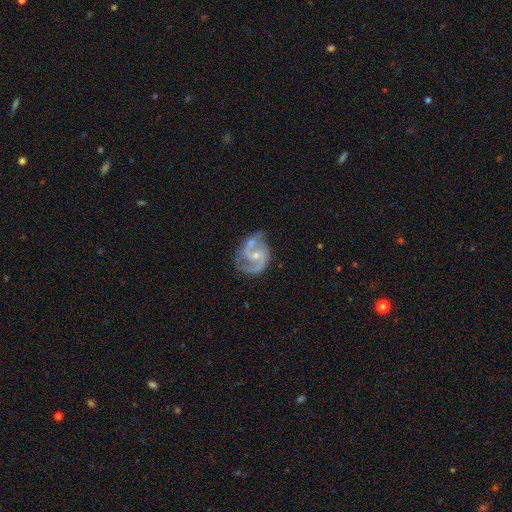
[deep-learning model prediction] Smooth or featured: featured or disk — 89% (smooth — 6%)
Edge-on disk: no — 98% (yes — 2%)
Bar: no — 55% (weak — 37%)
Spiral arms: yes — 97% (no — 3%)
Spiral winding: medium — 58% (tight — 26%)
Spiral arm count: 2 — 86% (3 — 5%)
Bulge size: small — 59% (moderate — 37%)
Merging: none — 58% (minor disturbance — 23%)